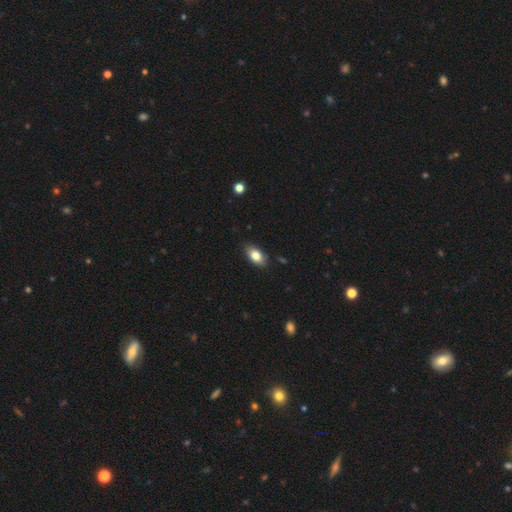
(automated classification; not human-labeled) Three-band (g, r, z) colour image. It shows a smooth galaxy with no disk features (82%) that is in between round and cigar-shaped (90%). Merging: none (85%).